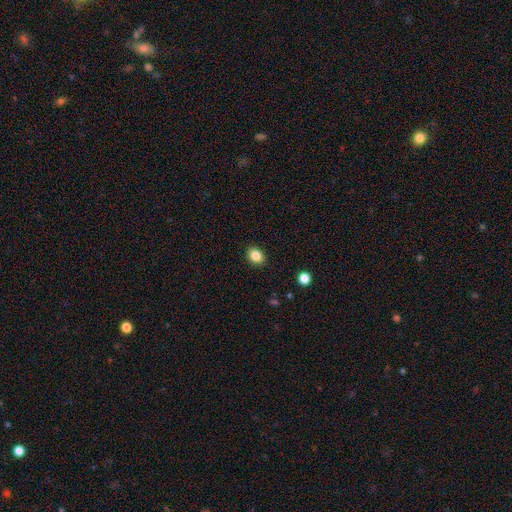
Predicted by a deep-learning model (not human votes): smooth 85%, star or artifact 10%, featured or disk 5%. Down the decision tree: how rounded — in between (58%); merging — none (89%).